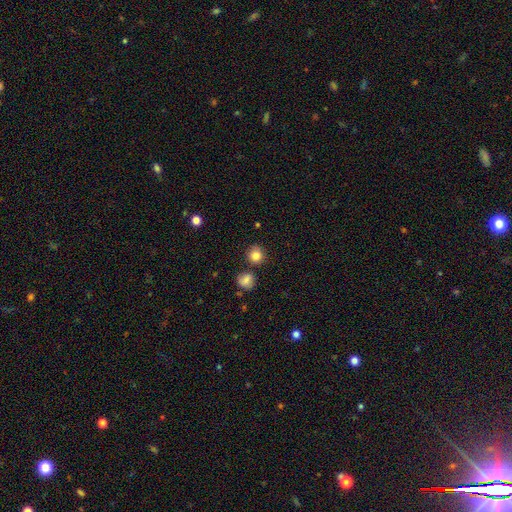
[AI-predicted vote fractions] smooth 83%, star or artifact 11%, featured or disk 6%. Down the decision tree: how rounded — round (89%); merging — none (80%).